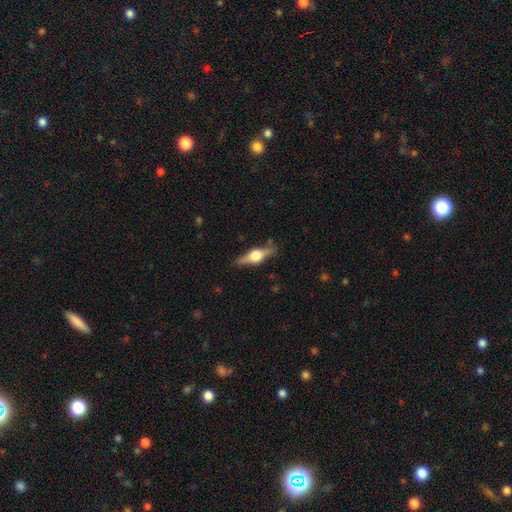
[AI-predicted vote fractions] featured or disk 66%, smooth 27%, star or artifact 7%. Down the decision tree: edge-on disk — yes (95%); edge-on bulge — rounded (93%); merging — none (83%).